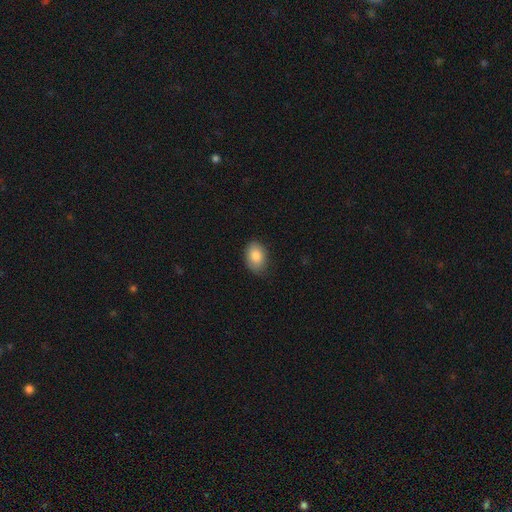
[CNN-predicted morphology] Overall: smooth (84%). How rounded: in between (82%). Merging: none (80%).